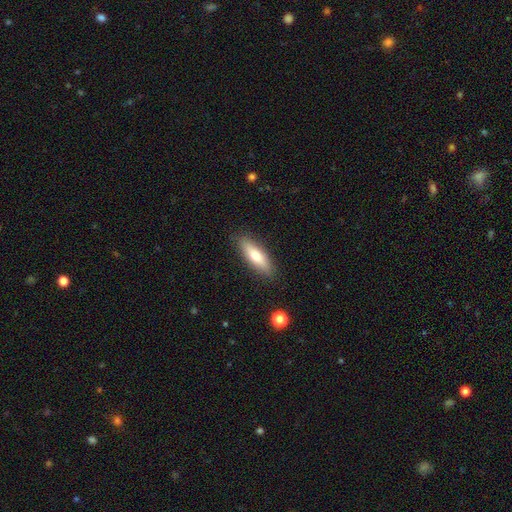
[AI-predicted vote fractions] This is likely a smooth galaxy (67%). How rounded: possibly cigar-shaped (52%). Merging: clearly none (87%).